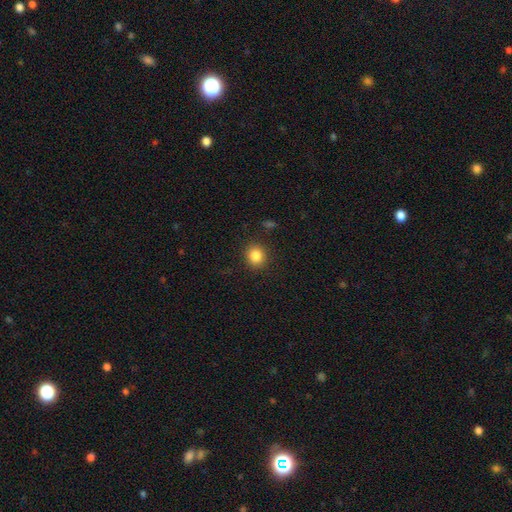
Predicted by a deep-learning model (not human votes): Q: Smooth or featured?
A: smooth (85%); runner-up: star or artifact (11%)
Q: How rounded?
A: round (83%); runner-up: in between (16%)
Q: Merging?
A: none (90%); runner-up: minor disturbance (7%)